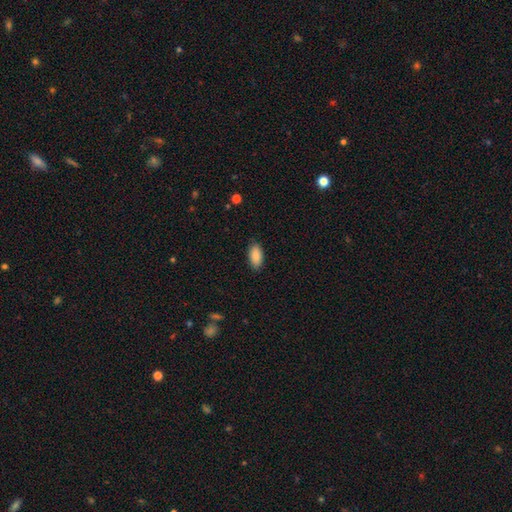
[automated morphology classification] smooth 85%, featured or disk 8%, star or artifact 7%. Down the decision tree: how rounded — in between (92%); merging — none (85%).